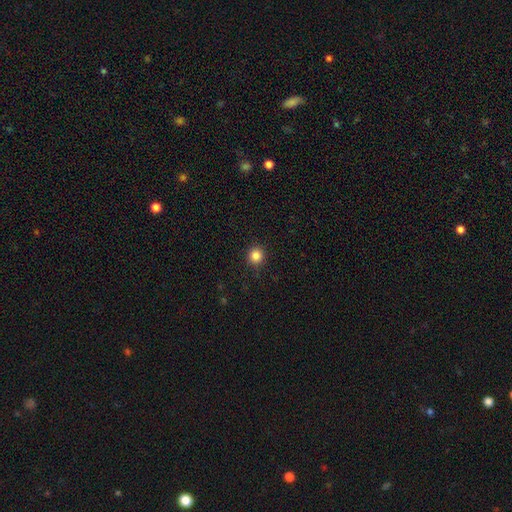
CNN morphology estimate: Q: Smooth or featured?
A: smooth (85%); runner-up: star or artifact (11%)
Q: How rounded?
A: round (92%); runner-up: in between (7%)
Q: Merging?
A: none (91%); runner-up: minor disturbance (6%)